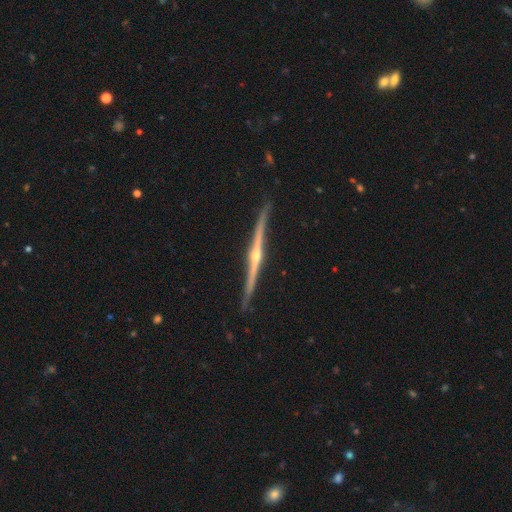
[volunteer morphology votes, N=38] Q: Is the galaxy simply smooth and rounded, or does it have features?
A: featured or disk — 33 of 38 (87%).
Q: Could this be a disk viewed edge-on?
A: yes — 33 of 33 (100%).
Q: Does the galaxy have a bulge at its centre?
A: rounded — 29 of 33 (88%).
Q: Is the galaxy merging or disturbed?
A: none — 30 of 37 (81%).